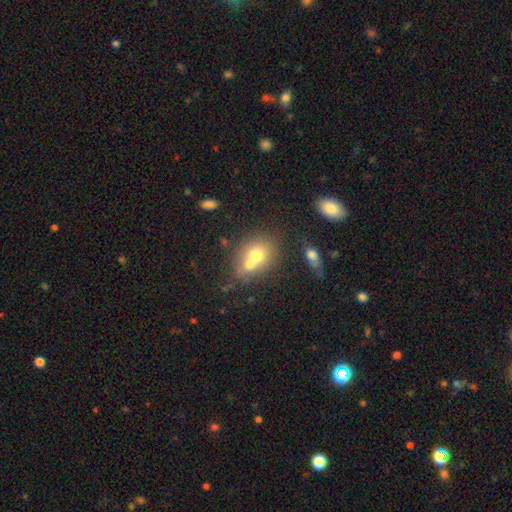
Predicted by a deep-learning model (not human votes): Smooth or featured: smooth — 66% (featured or disk — 23%)
How rounded: round — 55% (in between — 43%)
Merging: merger — 60% (none — 28%)